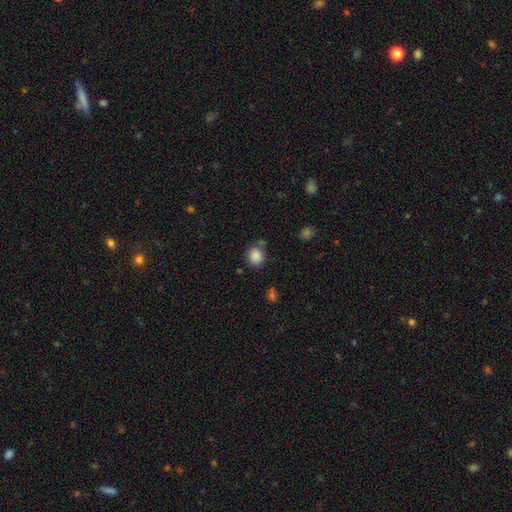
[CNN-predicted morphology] smooth_or_featured: smooth (p=0.86) [alt: star or artifact p=0.09]
how_rounded: round (p=0.70) [alt: in between p=0.29]
merging: none (p=0.72) [alt: minor disturbance p=0.15]